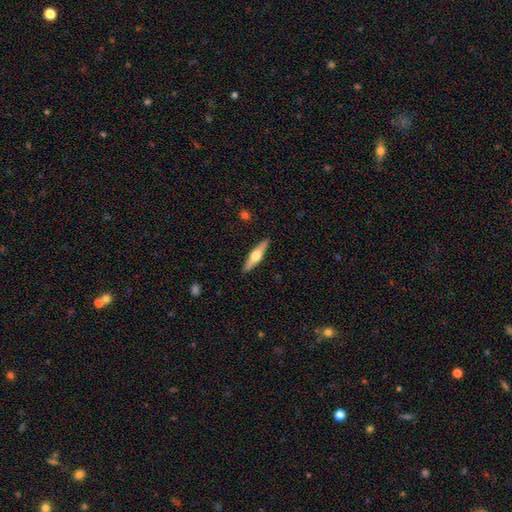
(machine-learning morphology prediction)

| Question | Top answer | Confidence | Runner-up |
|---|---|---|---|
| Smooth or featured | featured or disk | 60% | smooth (35%) |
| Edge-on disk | yes | 96% | no (4%) |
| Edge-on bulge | rounded | 94% | boxy (4%) |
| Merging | none | 90% | minor disturbance (7%) |